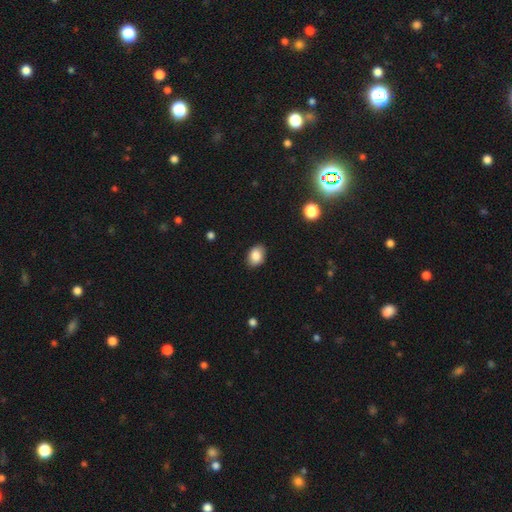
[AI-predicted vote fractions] A smooth galaxy with no disk features (85%) that is in between round and cigar-shaped (77%). Merging: none (84%).